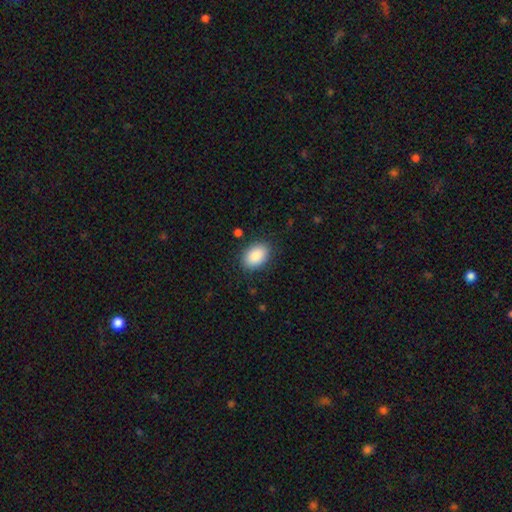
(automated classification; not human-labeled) Smooth or featured?
  - smooth: 89% *
  - star or artifact: 7%
  - featured or disk: 4%
How rounded?
  - in between: 85% *
  - round: 14%
  - cigar-shaped: 1%
Merging?
  - none: 86% *
  - minor disturbance: 10%
  - major disturbance: 3%
  - merger: 1%